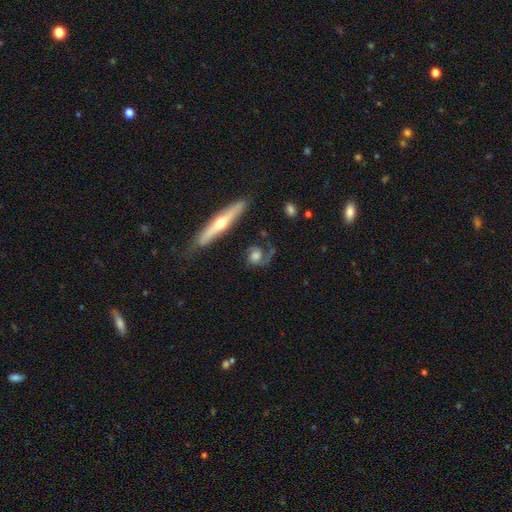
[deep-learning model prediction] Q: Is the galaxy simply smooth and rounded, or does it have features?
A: featured or disk — 74%.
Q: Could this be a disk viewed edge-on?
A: no — 84%.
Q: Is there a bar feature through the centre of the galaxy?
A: no — 67%.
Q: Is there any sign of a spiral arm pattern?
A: yes — 90%.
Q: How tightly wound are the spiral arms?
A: medium — 43%.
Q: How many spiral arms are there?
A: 2 — 69%.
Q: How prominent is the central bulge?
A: moderate — 46%.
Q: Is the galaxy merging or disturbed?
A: none — 59%.